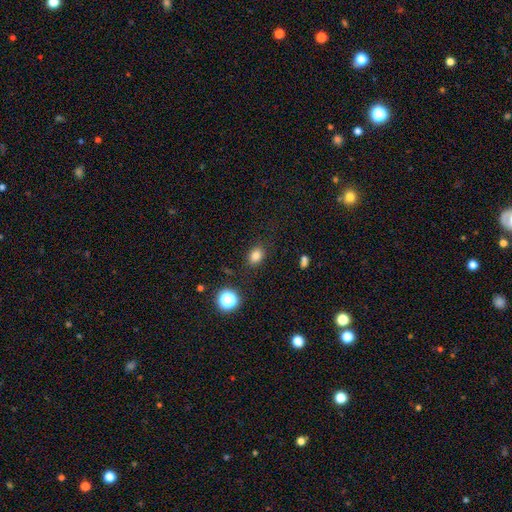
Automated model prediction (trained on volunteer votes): This is clearly a smooth galaxy (81%). How rounded: likely in between (62%). Merging: clearly none (83%).